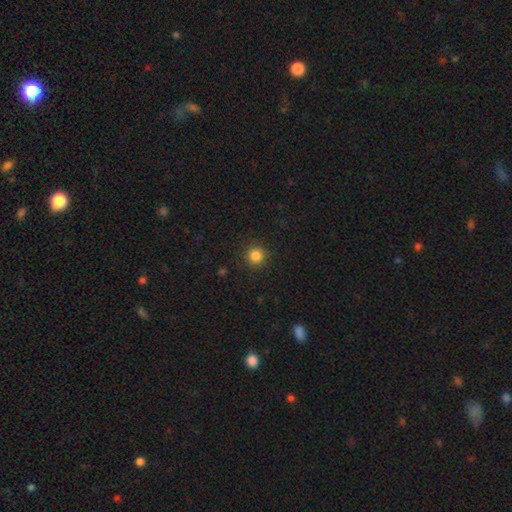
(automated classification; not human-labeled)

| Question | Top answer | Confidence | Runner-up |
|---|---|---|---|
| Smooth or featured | smooth | 85% | star or artifact (12%) |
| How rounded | round | 95% | in between (4%) |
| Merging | none | 90% | minor disturbance (6%) |